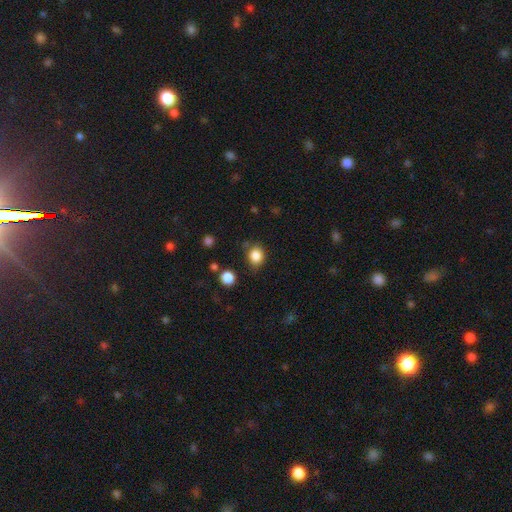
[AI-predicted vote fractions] Smooth or featured? Predicted: smooth (p=0.85). How rounded? Predicted: round (p=0.66). Merging? Predicted: none (p=0.74).